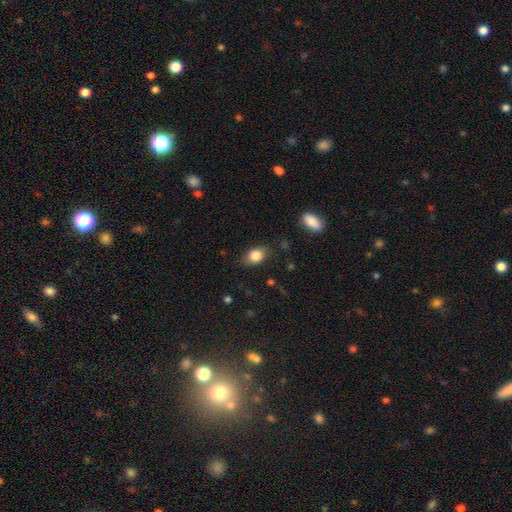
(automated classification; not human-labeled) Smooth or featured? Predicted: smooth (p=0.85). How rounded? Predicted: in between (p=0.76). Merging? Predicted: none (p=0.78).